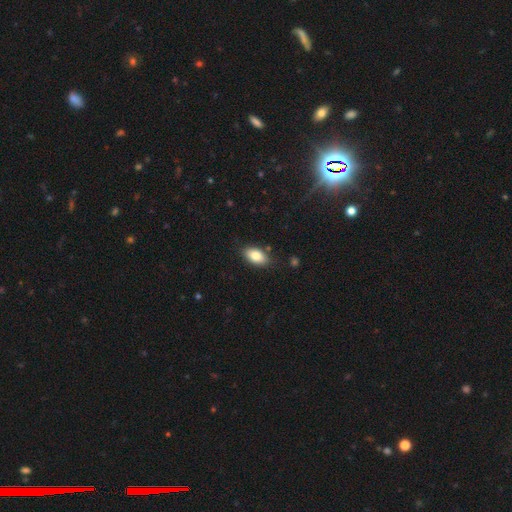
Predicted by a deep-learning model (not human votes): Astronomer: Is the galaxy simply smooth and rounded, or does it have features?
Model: smooth — 82%.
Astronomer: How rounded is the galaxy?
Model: in between — 92%.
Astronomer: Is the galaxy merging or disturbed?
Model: none — 84%.